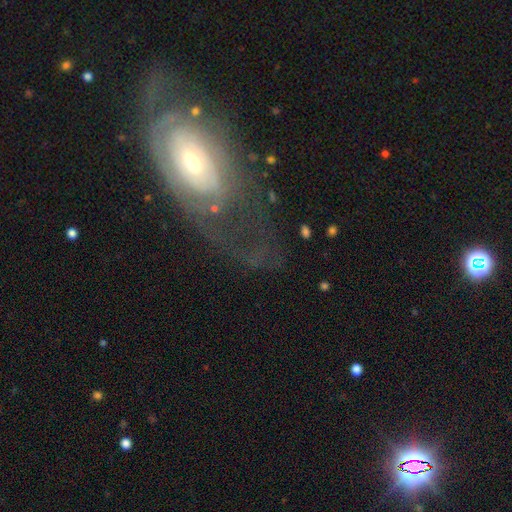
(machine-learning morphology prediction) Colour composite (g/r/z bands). It shows a featured or disk galaxy (61%) with no bar (75%), spiral arms (54%) and a small central bulge (47%). Merging: none (46%).